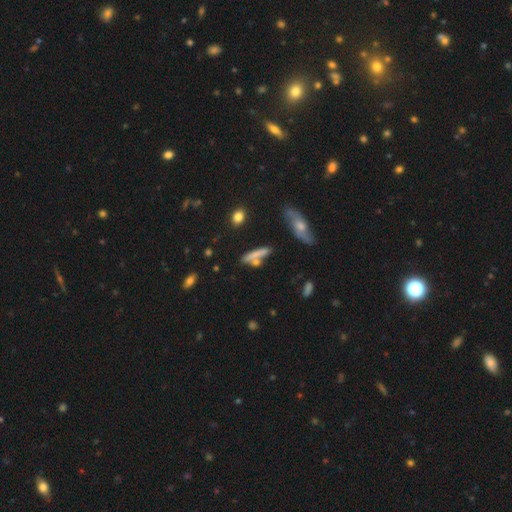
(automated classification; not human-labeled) Smooth or featured? smooth (63%)
How rounded? cigar-shaped (79%)
Merging? none (56%)